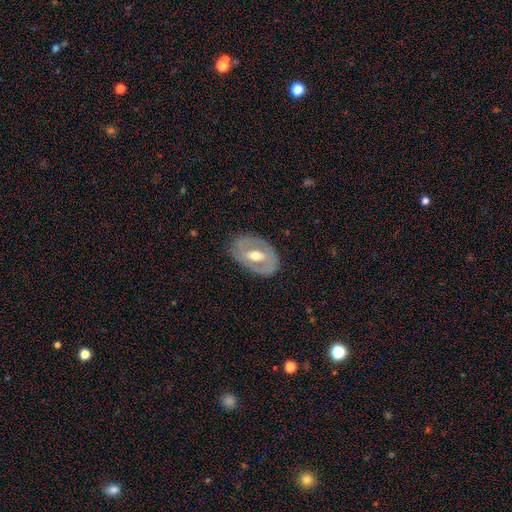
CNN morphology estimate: Smooth or featured: featured or disk — 66% (smooth — 28%)
Edge-on disk: no — 91% (yes — 9%)
Bar: weak — 39% (no — 32%)
Spiral arms: no — 67% (yes — 33%)
Bulge size: moderate — 75% (small — 13%)
Merging: none — 81% (minor disturbance — 14%)